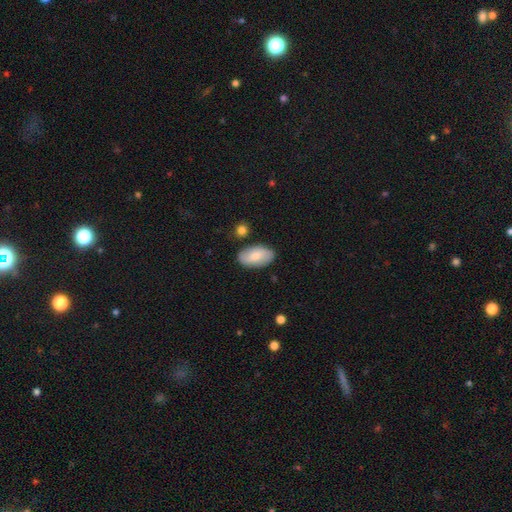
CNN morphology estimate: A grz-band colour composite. It shows a smooth galaxy with no disk features (73%) that is in between round and cigar-shaped (94%). Merging: none (82%).